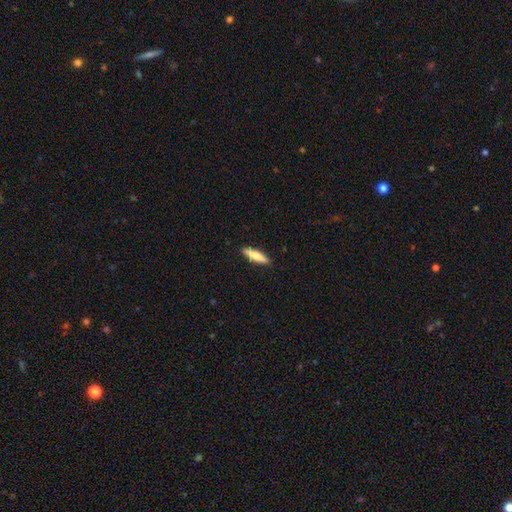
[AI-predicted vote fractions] Smooth or featured? Predicted: smooth (p=0.74). How rounded? Predicted: cigar-shaped (p=0.70). Merging? Predicted: none (p=0.90).